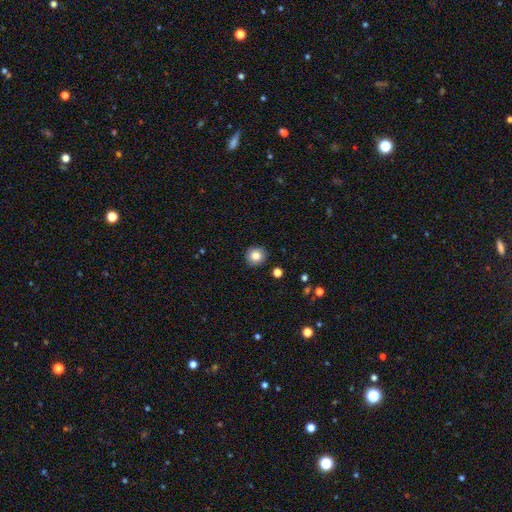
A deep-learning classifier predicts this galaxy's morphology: A smooth galaxy with no disk features (83%) that is round (90%). Merging: none (90%).